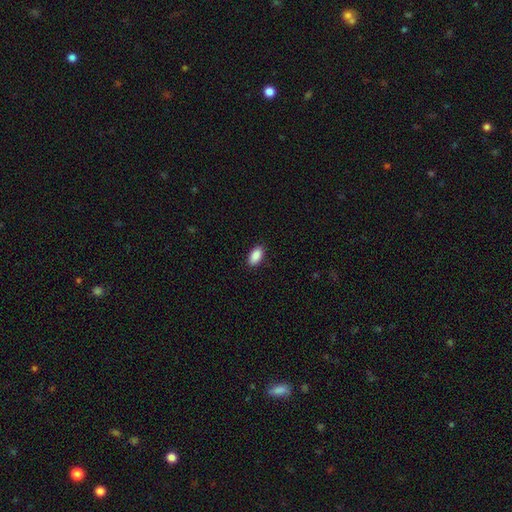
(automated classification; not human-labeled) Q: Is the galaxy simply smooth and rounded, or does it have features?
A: smooth — 90%.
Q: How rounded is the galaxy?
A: in between — 93%.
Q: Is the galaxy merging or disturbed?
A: none — 89%.